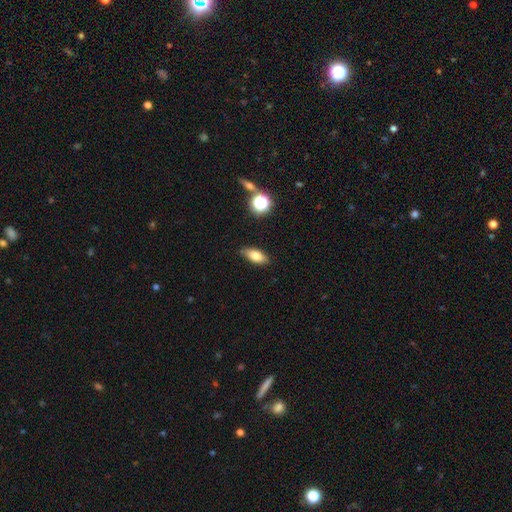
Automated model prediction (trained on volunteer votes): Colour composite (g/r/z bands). It shows a smooth galaxy with no disk features (78%) that is in between round and cigar-shaped (83%). Merging: none (84%).